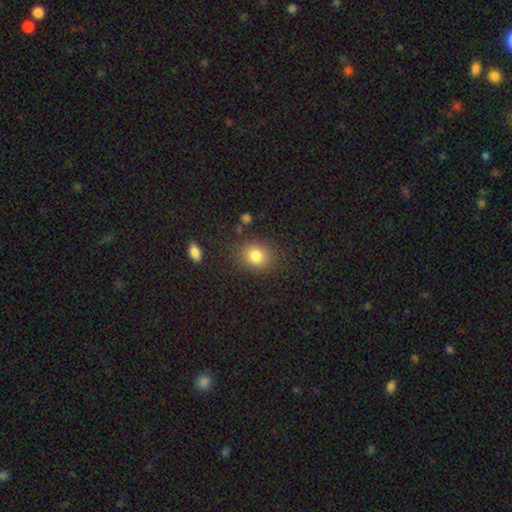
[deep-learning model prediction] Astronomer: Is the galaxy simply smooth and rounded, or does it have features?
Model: smooth — 83%.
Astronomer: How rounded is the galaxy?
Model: round — 66%.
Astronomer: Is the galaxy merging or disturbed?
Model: none — 83%.